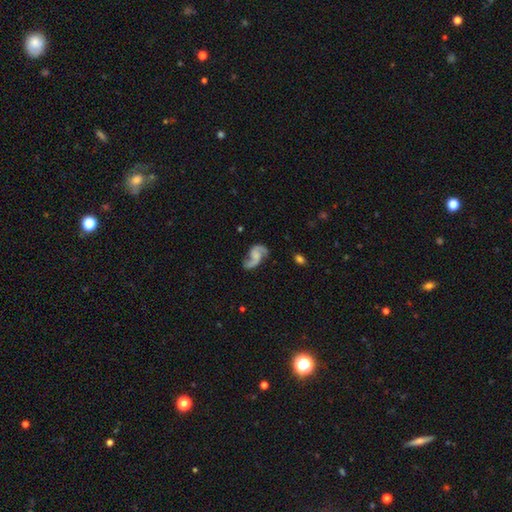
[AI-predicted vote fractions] Smooth or featured? Predicted: featured or disk (p=0.88). Edge-on disk? Predicted: no (p=0.98). Bar? Predicted: no (p=0.54). Spiral arms? Predicted: yes (p=0.97). Spiral winding? Predicted: loose (p=0.60). Spiral arm count? Predicted: 2 (p=0.93). Bulge size? Predicted: none (p=0.42). Merging? Predicted: none (p=0.71).